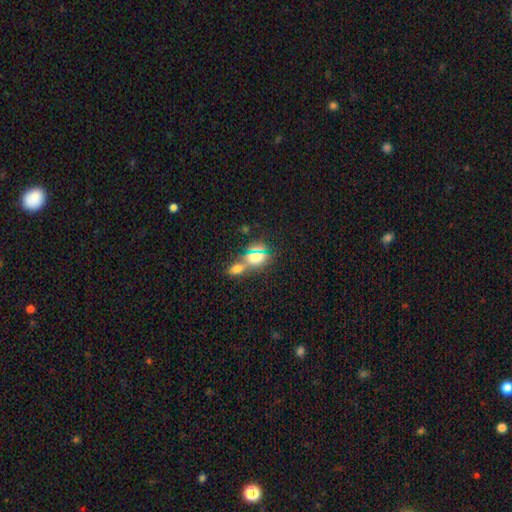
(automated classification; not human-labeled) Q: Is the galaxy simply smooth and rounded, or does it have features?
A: smooth — 54%.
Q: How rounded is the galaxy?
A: in between — 55%.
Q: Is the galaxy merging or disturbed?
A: none — 46%.